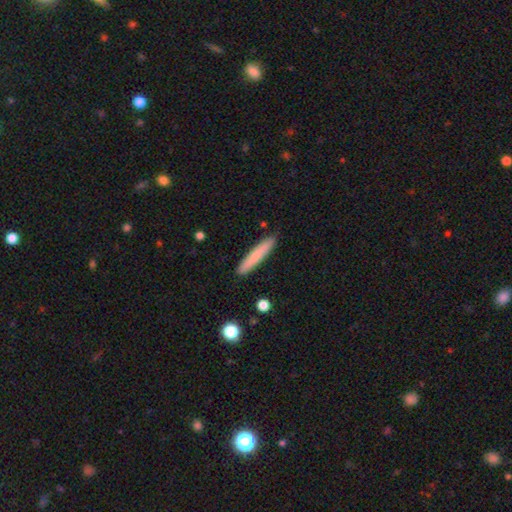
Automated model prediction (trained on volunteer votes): smooth 76%, featured or disk 19%, star or artifact 6%. Down the decision tree: how rounded — cigar-shaped (93%); merging — none (90%).